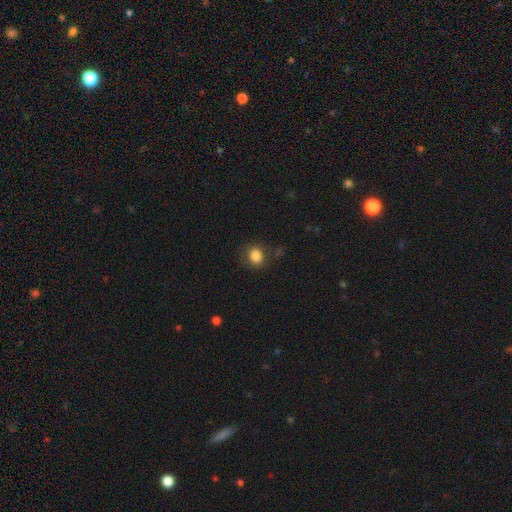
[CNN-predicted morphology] Overall: smooth (84%). How rounded: round (70%). Merging: none (77%).